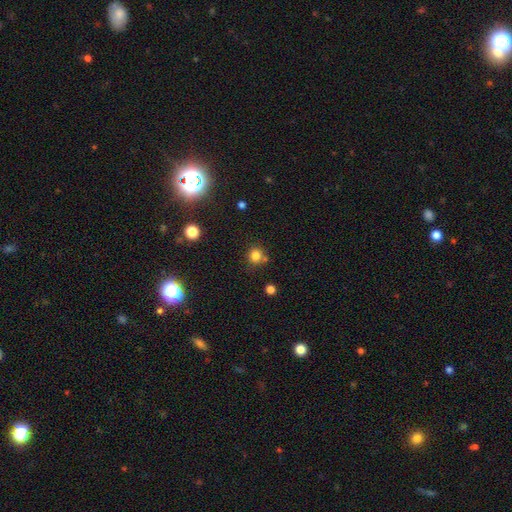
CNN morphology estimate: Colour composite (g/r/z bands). It shows a smooth galaxy with no disk features (80%) that is round (88%). Merging: none (72%).